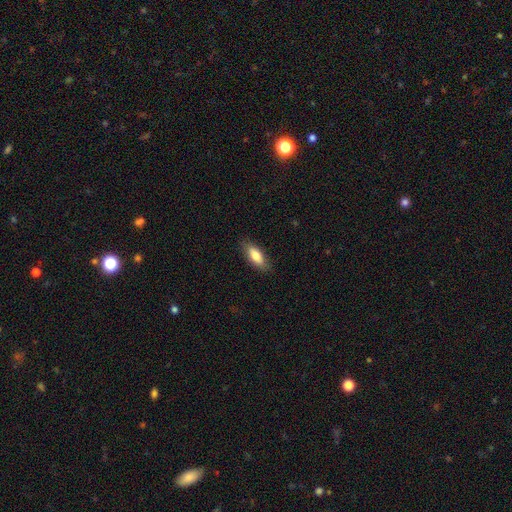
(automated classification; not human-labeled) Q: Smooth or featured?
A: smooth (78%); runner-up: featured or disk (15%)
Q: How rounded?
A: in between (77%); runner-up: cigar-shaped (21%)
Q: Merging?
A: none (84%); runner-up: minor disturbance (12%)